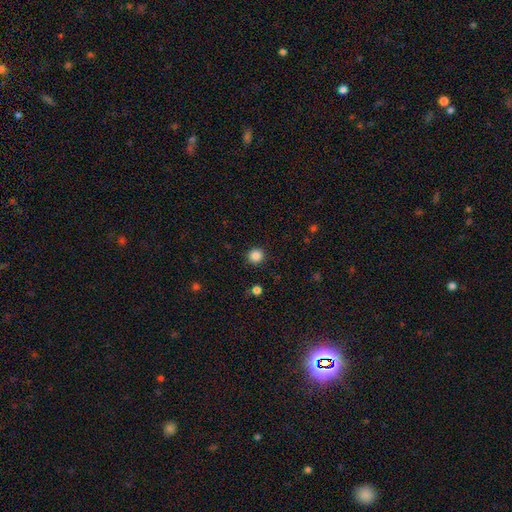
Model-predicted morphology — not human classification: The model was most divided on "smooth or featured": smooth: 85%, star or artifact: 11%, featured or disk: 3%. More confident: how rounded — round (93%); merging — none (92%).